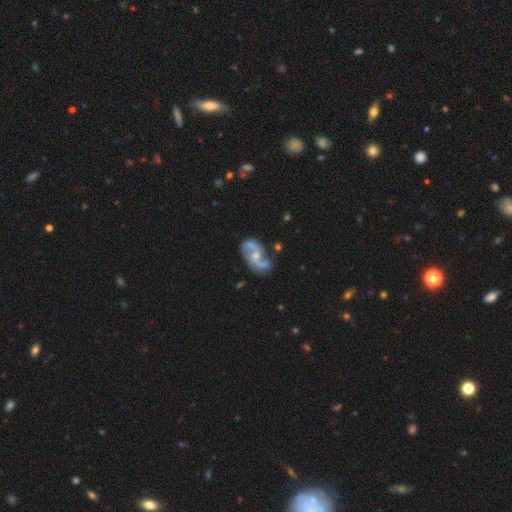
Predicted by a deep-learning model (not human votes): Smooth or featured?
  - featured or disk: 85% *
  - smooth: 8%
  - star or artifact: 6%
Edge-on disk?
  - no: 97% *
  - yes: 3%
Bar?
  - no: 53% *
  - weak: 37%
  - strong: 10%
Spiral arms?
  - yes: 94% *
  - no: 6%
Spiral winding?
  - loose: 56% *
  - medium: 35%
  - tight: 9%
Spiral arm count?
  - 2: 90% *
  - can't tell: 3%
  - 1: 2%
  - 3: 2%
  - 4: 1%
  - more than 4: 1%
Bulge size?
  - moderate: 46% * (tied)
  - small: 46% * (tied)
  - none: 5%
  - large: 2%
  - dominant: 1%
Merging?
  - none: 63% *
  - minor disturbance: 20%
  - major disturbance: 10%
  - merger: 8%